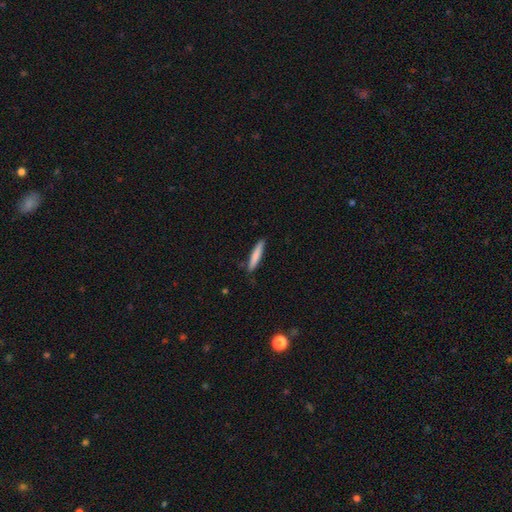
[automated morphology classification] The model was most divided on "smooth or featured": smooth: 78%, featured or disk: 16%, star or artifact: 6%. More confident: how rounded — cigar-shaped (92%); merging — none (87%).